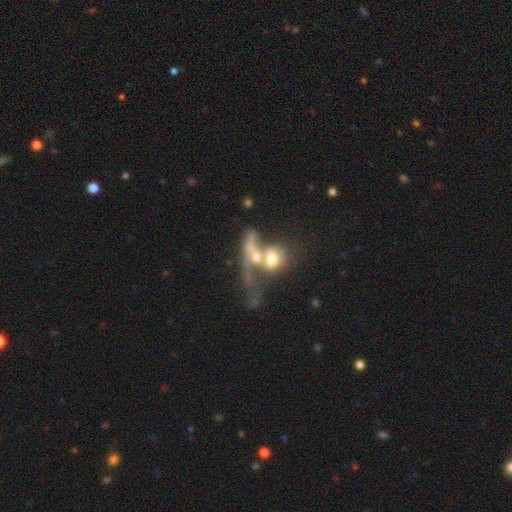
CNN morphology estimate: Q: Smooth or featured?
A: featured or disk (50%); runner-up: smooth (39%)
Q: Merging?
A: merger (70%); runner-up: major disturbance (13%)